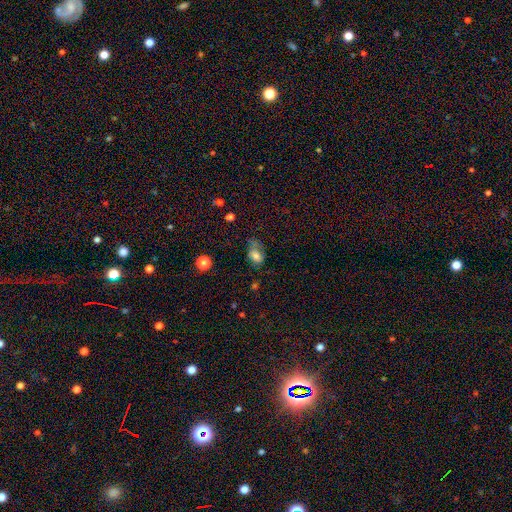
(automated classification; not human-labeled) Q: Smooth or featured?
A: smooth (71%); runner-up: featured or disk (17%)
Q: How rounded?
A: in between (79%); runner-up: round (19%)
Q: Merging?
A: minor disturbance (33%); tied with: none (33%)